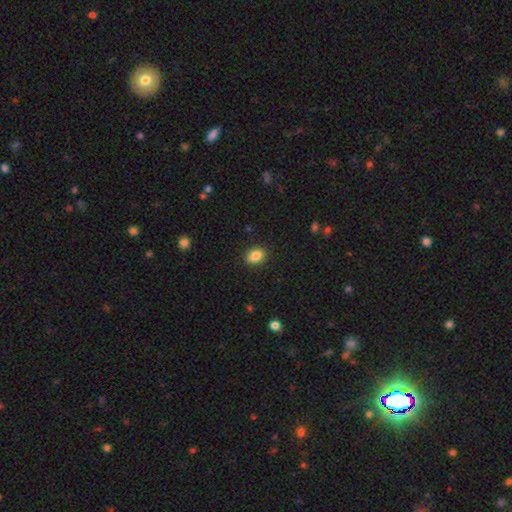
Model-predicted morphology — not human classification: smooth_or_featured: smooth (p=0.85) [alt: star or artifact p=0.09]
how_rounded: in between (p=0.74) [alt: round p=0.25]
merging: none (p=0.89) [alt: minor disturbance p=0.08]